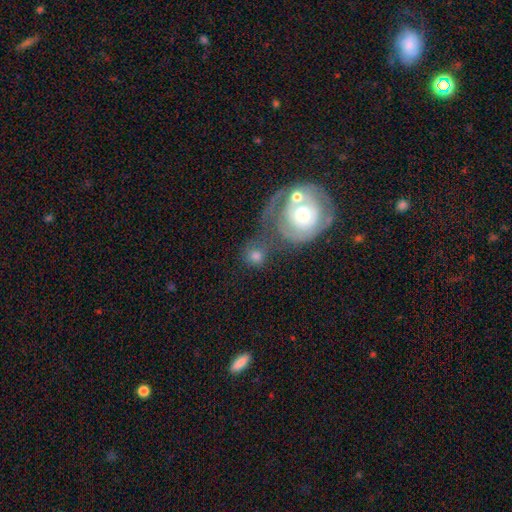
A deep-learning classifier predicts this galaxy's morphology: type=smooth (60%); roundness=round (78%); merging=none (44%).